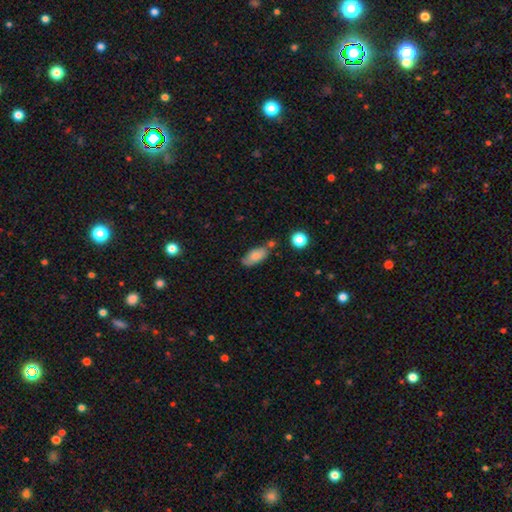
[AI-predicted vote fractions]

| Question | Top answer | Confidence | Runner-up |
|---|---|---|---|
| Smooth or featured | smooth | 79% | featured or disk (13%) |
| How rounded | in between | 86% | cigar-shaped (11%) |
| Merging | none | 65% | minor disturbance (21%) |